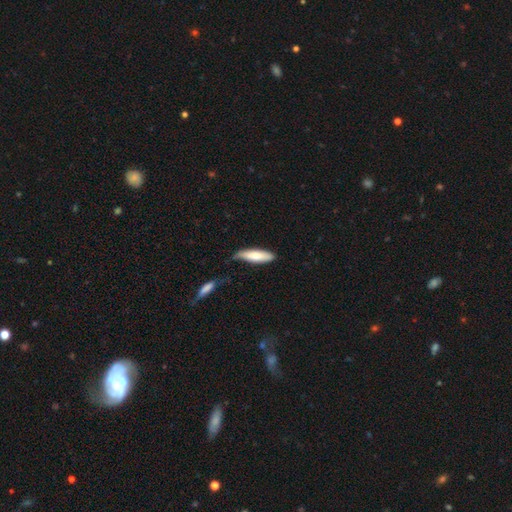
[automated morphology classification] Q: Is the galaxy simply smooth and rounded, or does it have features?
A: smooth — 78%.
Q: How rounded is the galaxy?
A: cigar-shaped — 60%.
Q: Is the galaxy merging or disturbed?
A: none — 60%.